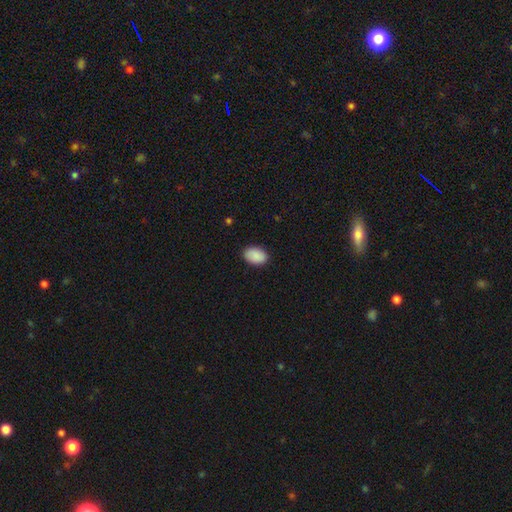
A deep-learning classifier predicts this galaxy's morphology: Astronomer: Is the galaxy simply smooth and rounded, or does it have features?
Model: smooth — 90%.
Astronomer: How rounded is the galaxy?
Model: in between — 88%.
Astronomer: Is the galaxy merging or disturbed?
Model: none — 88%.